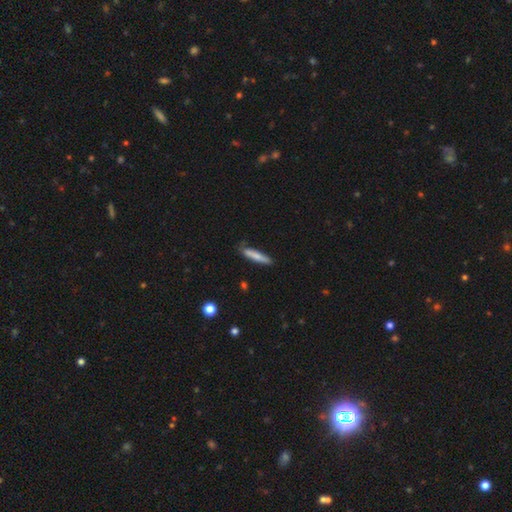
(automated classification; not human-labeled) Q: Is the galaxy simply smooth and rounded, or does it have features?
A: smooth — 72%.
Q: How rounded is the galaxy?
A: cigar-shaped — 88%.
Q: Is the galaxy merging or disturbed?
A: none — 75%.